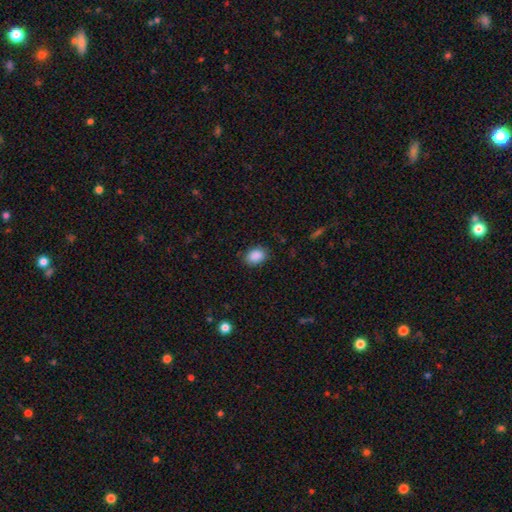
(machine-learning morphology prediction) Overall: smooth (89%). How rounded: in between (76%). Merging: none (85%).